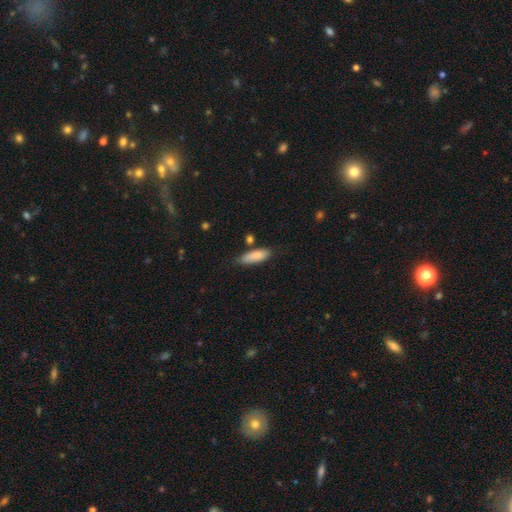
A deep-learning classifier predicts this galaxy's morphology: type=smooth (85%); roundness=in between (58%); merging=none (75%).